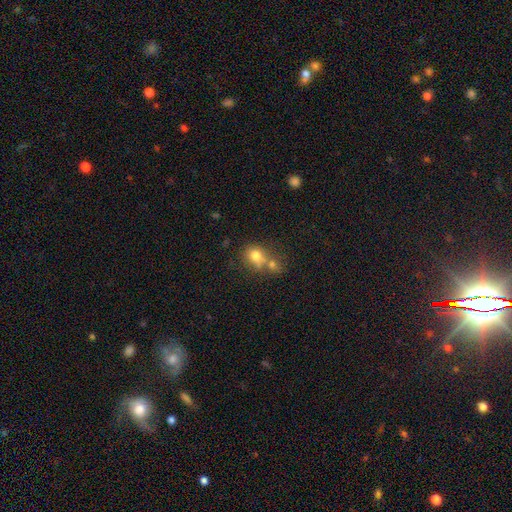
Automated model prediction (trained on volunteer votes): A smooth galaxy with no disk features (76%) that is round (63%). Merging: merger (47%).